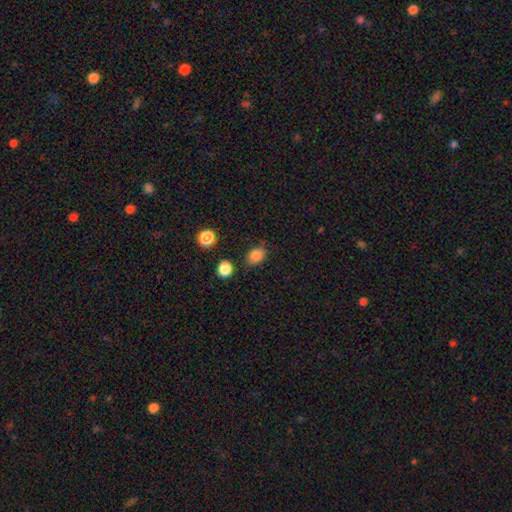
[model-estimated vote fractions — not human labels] Smooth or featured? Predicted: smooth (p=0.83). How rounded? Predicted: in between (p=0.64). Merging? Predicted: none (p=0.76).